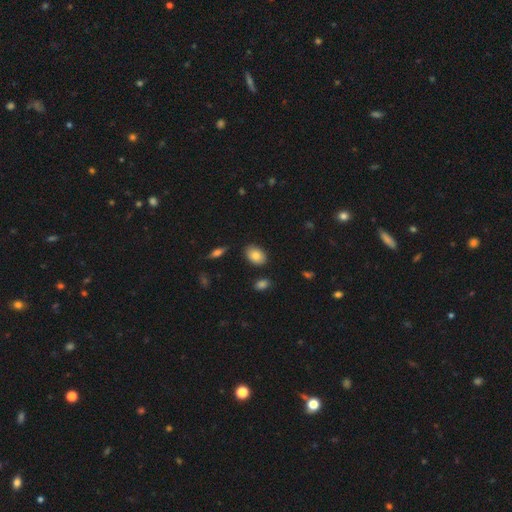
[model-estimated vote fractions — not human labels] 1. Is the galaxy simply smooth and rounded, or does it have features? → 83% smooth, 10% featured or disk, 8% star or artifact.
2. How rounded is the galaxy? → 84% in between, 14% round, 1% cigar-shaped.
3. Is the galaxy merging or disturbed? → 85% none, 10% minor disturbance, 3% merger, 2% major disturbance.